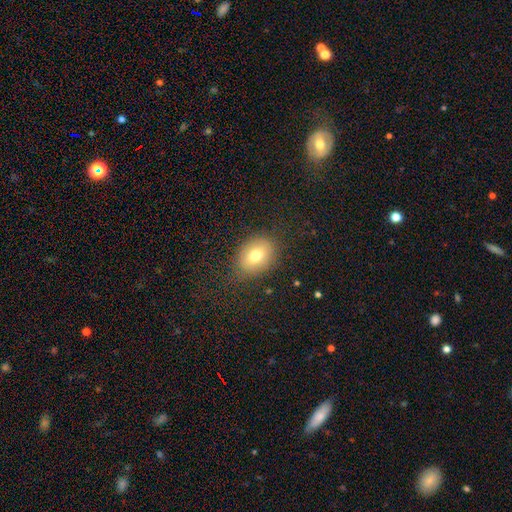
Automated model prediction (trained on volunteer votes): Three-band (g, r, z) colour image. It shows a smooth galaxy with no disk features (73%) that is in between round and cigar-shaped (67%). Merging: none (80%).